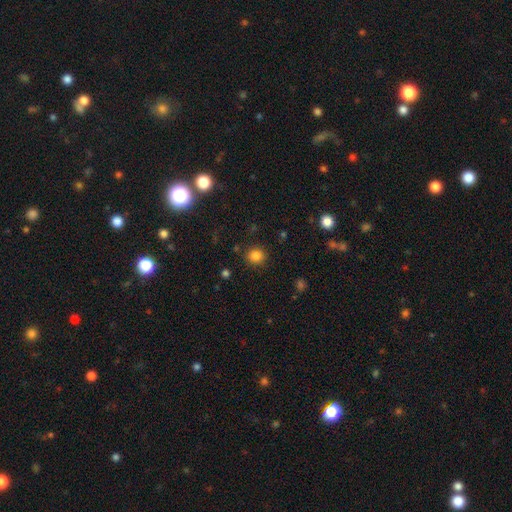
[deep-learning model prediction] smooth_or_featured: smooth (p=0.83) [alt: star or artifact p=0.13]
how_rounded: round (p=0.86) [alt: in between p=0.13]
merging: none (p=0.88) [alt: minor disturbance p=0.07]